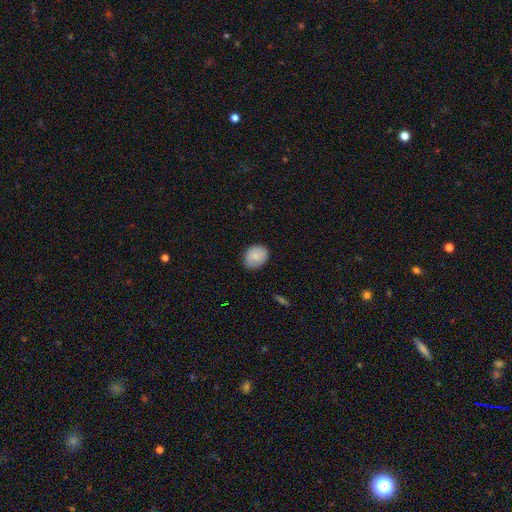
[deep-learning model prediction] smooth-or-featured: smooth: 78% | featured or disk: 15% | star or artifact: 7%
  how-rounded: in between: 50% | round: 49% | cigar-shaped: 1%
  merging: none: 79% | minor disturbance: 17% | major disturbance: 3% | merger: 1%